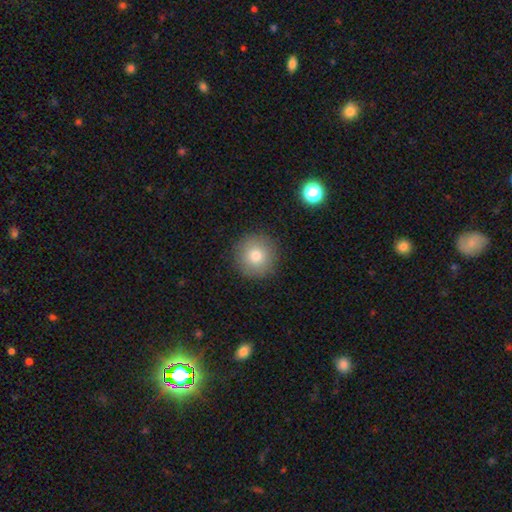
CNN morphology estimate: A smooth galaxy with no disk features (79%) that is round (96%).

Vote fractions:
- Smooth or featured? smooth: 79% / featured or disk: 11% / star or artifact: 10%
- How rounded? round: 96% / in between: 3% / cigar-shaped: 1%
- Merging? none: 91% / minor disturbance: 6% / major disturbance: 2% / merger: 1%